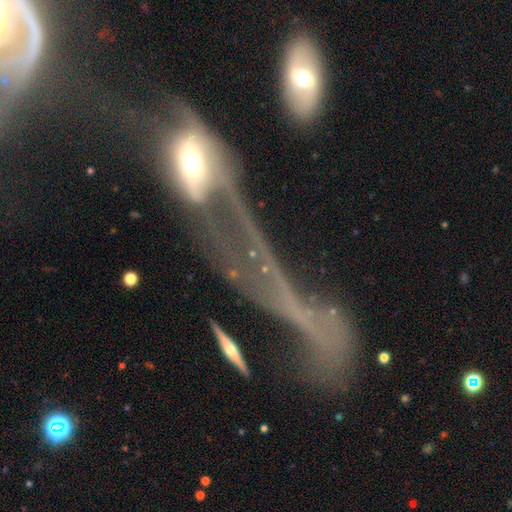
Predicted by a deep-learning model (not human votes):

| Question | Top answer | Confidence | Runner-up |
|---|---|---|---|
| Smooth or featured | featured or disk | 62% | smooth (23%) |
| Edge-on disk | no | 69% | yes (31%) |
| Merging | major disturbance | 51% | merger (27%) |